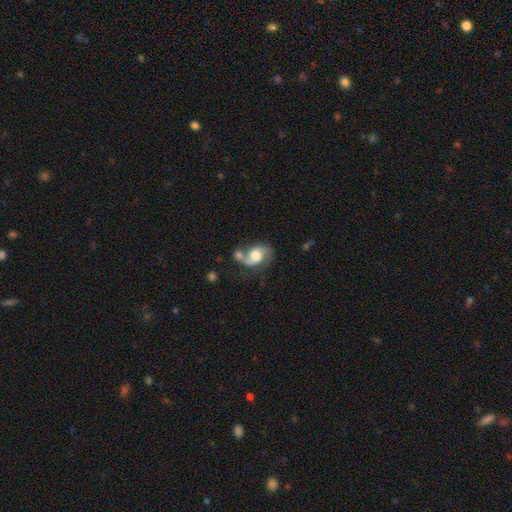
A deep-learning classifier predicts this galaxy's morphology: A featured or disk galaxy (54%) with no bar (61%), spiral arms (78%) and a moderate central bulge (51%).

Vote fractions:
- Smooth or featured? featured or disk: 54% / smooth: 38% / star or artifact: 8%
- Edge-on disk? no: 97% / yes: 3%
- Bar? no: 61% / weak: 31% / strong: 8%
- Spiral arms? yes: 78% / no: 22%
- Bulge size? moderate: 51% / large: 36% / small: 7% / dominant: 4% / none: 2%
- Merging? merger: 35% / none: 32% / minor disturbance: 18% / major disturbance: 15%